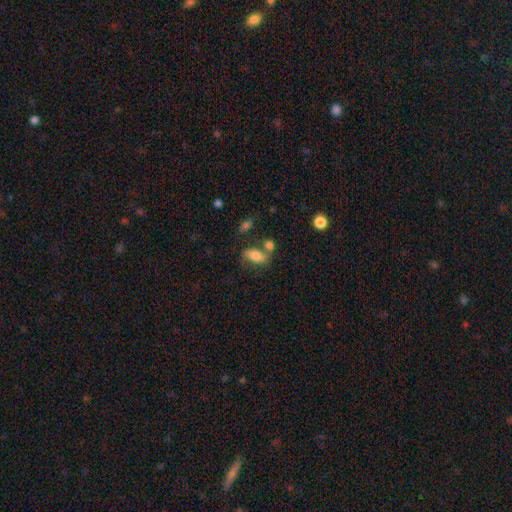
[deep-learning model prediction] The model was most divided on "merging": none: 46%, merger: 29%, minor disturbance: 16%, major disturbance: 10%. More confident: how rounded — in between (81%); smooth or featured — smooth (61%).